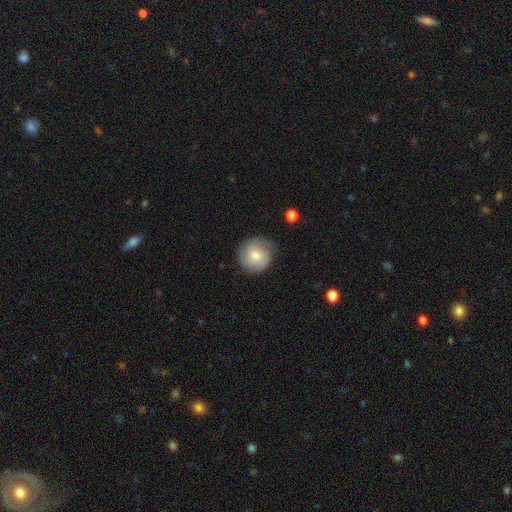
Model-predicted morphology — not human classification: A smooth galaxy with no disk features (73%) that is round (92%). Merging: none (69%).